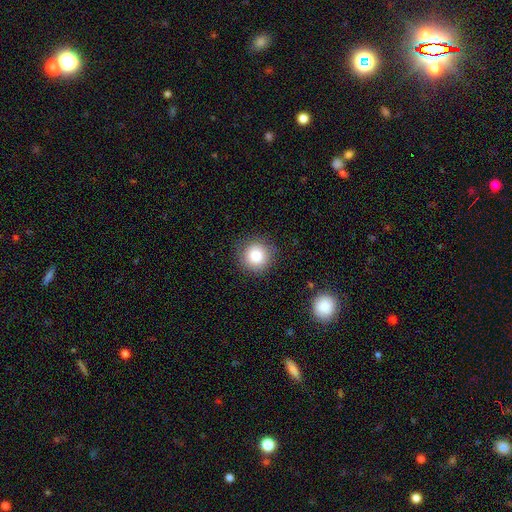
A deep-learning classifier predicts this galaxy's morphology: type=smooth (81%); roundness=round (94%); merging=none (88%).